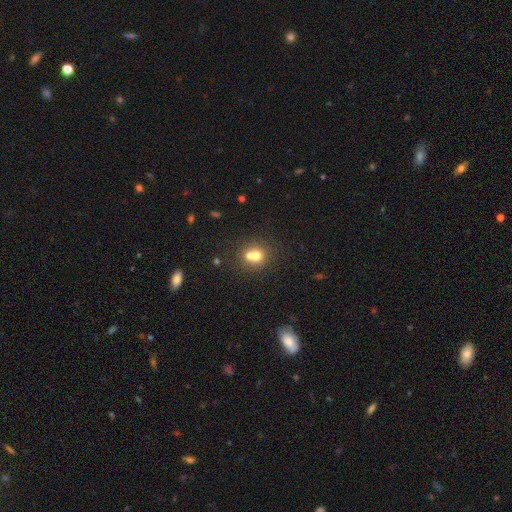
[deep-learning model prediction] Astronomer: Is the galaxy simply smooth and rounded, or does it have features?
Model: smooth — 67%.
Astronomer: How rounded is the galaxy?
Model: round — 78%.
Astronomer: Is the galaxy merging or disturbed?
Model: merger — 55% (runner-up: none, 36%).